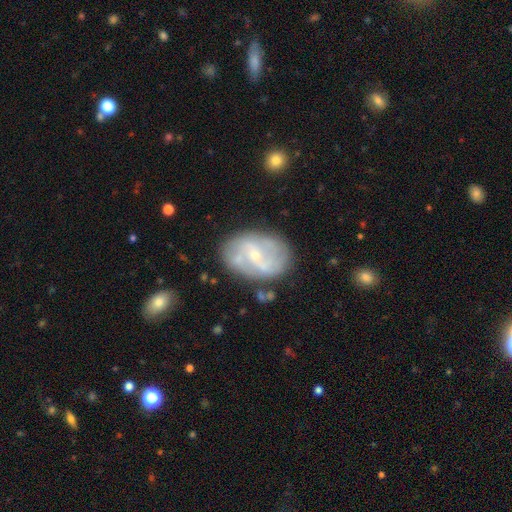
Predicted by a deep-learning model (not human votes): featured or disk 74%, smooth 19%, star or artifact 7%. Down the decision tree: edge-on disk — no (96%); bar — weak (44%); spiral arms — yes (82%); spiral arm count — 2 (60%); spiral winding — medium (41%); bulge size — small (73%); merging — none (70%).